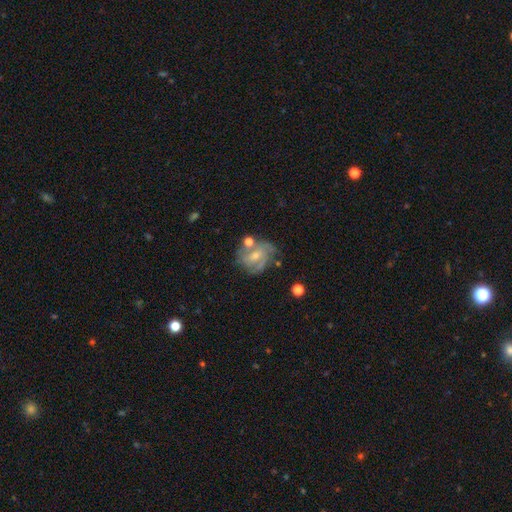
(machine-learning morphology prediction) Smooth or featured? Predicted: featured or disk (p=0.69). Edge-on disk? Predicted: no (p=0.97). Bar? Predicted: weak (p=0.45). Spiral arms? Predicted: yes (p=0.83). Spiral winding? Predicted: medium (p=0.44). Spiral arm count? Predicted: 2 (p=0.30). Bulge size? Predicted: small (p=0.53). Merging? Predicted: none (p=0.53).